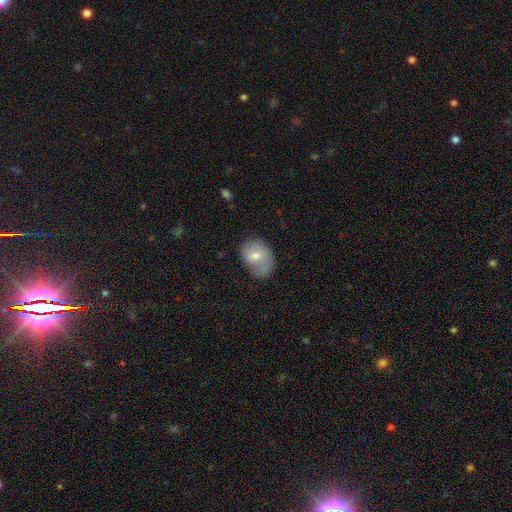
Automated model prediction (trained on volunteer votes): Q: Smooth or featured?
A: smooth (57%); runner-up: featured or disk (35%)
Q: How rounded?
A: in between (69%); runner-up: round (30%)
Q: Merging?
A: none (52%); runner-up: minor disturbance (32%)